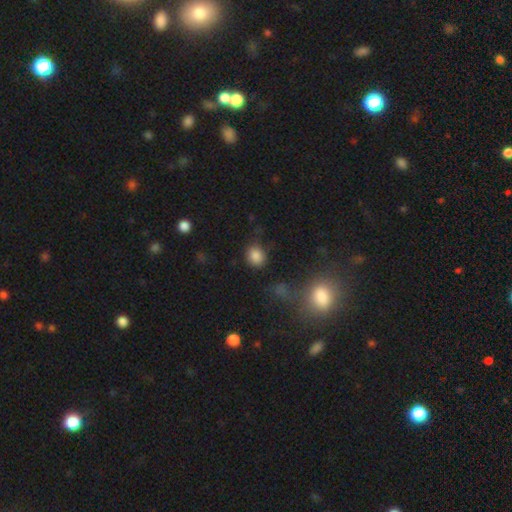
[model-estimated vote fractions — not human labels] Smooth or featured: smooth — 83% (star or artifact — 11%)
How rounded: round — 73% (in between — 26%)
Merging: none — 75% (minor disturbance — 15%)